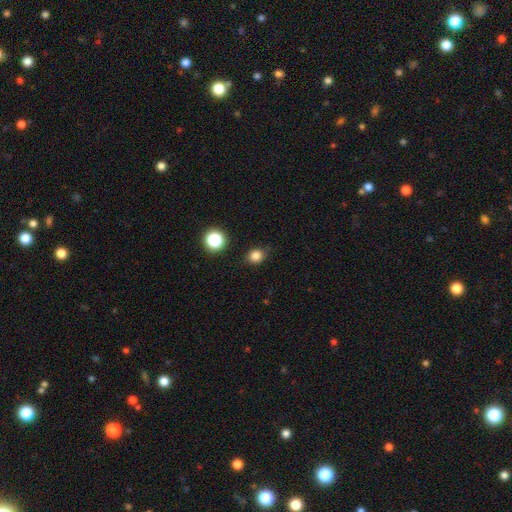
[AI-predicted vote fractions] A smooth galaxy with no disk features (81%) that is round (74%).

Vote fractions:
- Smooth or featured? smooth: 81% / star or artifact: 14% / featured or disk: 5%
- How rounded? round: 74% / in between: 25% / cigar-shaped: 1%
- Merging? none: 82% / minor disturbance: 13% / major disturbance: 3% / merger: 2%